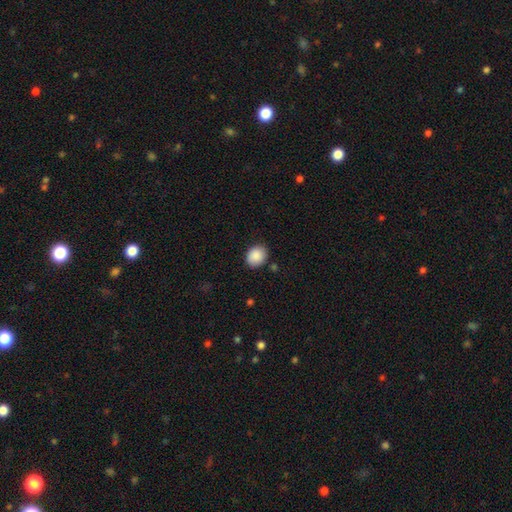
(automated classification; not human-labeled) Morphology: type=smooth (89%); roundness=round (52%); merging=none (84%).